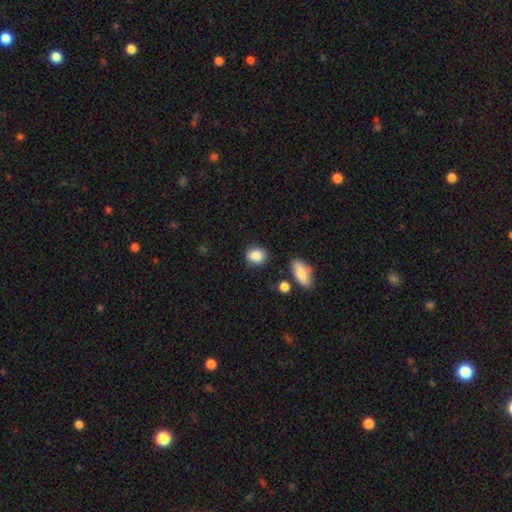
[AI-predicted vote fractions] smooth 88%, star or artifact 8%, featured or disk 5%. Down the decision tree: how rounded — round (60%); merging — none (80%).